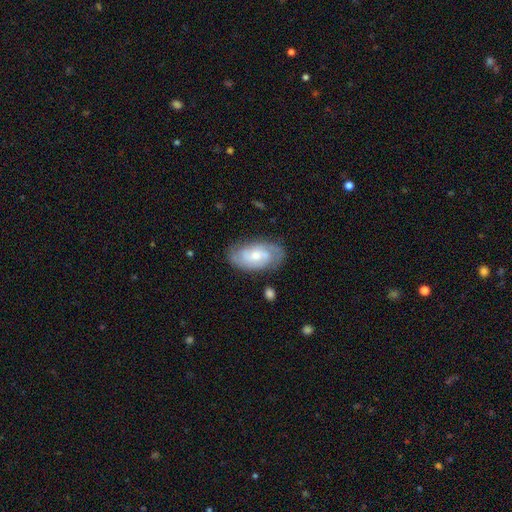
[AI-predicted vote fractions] A featured or disk galaxy (73%) with no bar (58%), 2 (54%) tight (51%) spiral arms (93%) and a moderate central bulge (54%).

Vote fractions:
- Smooth or featured? featured or disk: 73% / smooth: 21% / star or artifact: 6%
- Edge-on disk? no: 96% / yes: 4%
- Bar? no: 58% / weak: 36% / strong: 5%
- Spiral arms? yes: 93% / no: 7%
- Spiral winding? tight: 51% / medium: 39% / loose: 10%
- Spiral arm count? 2: 54% / can't tell: 23% / 3: 14% / 1: 4% / 4: 3% / more than 4: 2%
- Bulge size? moderate: 54% / small: 36% / large: 6% / none: 3% / dominant: 1%
- Merging? none: 76% / minor disturbance: 18% / major disturbance: 5% / merger: 2%